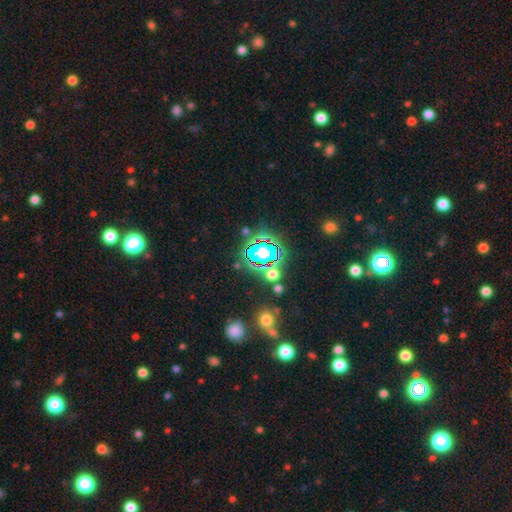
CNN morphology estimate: Smooth or featured?
  - star or artifact: 77% *
  - smooth: 15%
  - featured or disk: 9%